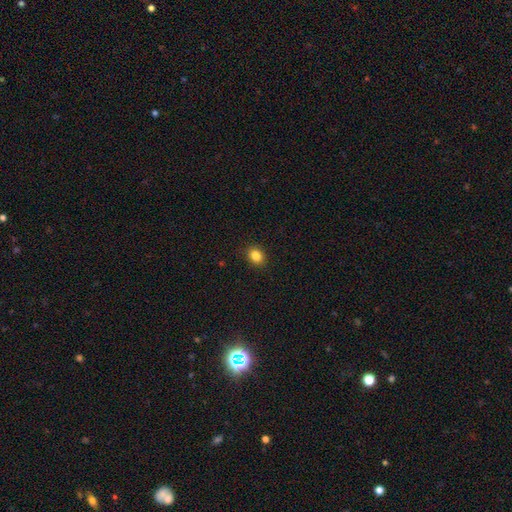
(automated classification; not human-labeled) smooth_or_featured: smooth (p=0.84) [alt: star or artifact p=0.11]
how_rounded: round (p=0.51) [alt: in between p=0.48]
merging: none (p=0.90) [alt: minor disturbance p=0.07]